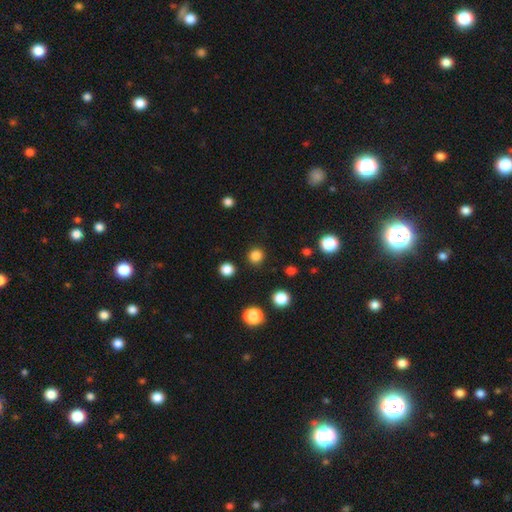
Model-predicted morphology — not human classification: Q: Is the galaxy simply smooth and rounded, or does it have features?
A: smooth — 83%.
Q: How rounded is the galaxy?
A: round — 92%.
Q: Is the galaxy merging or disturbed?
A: none — 90%.